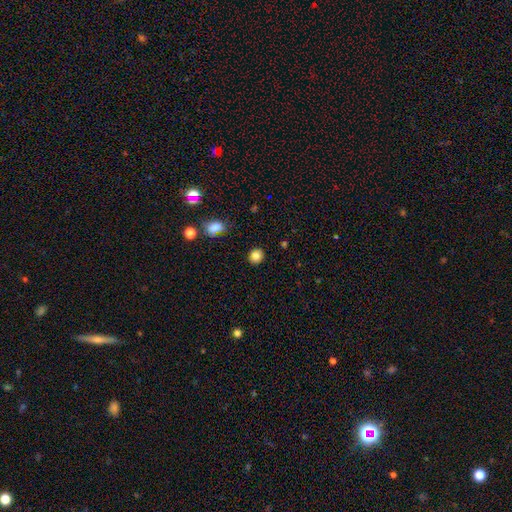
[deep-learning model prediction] This is clearly a smooth galaxy (83%). How rounded: clearly round (82%). Merging: clearly none (89%).